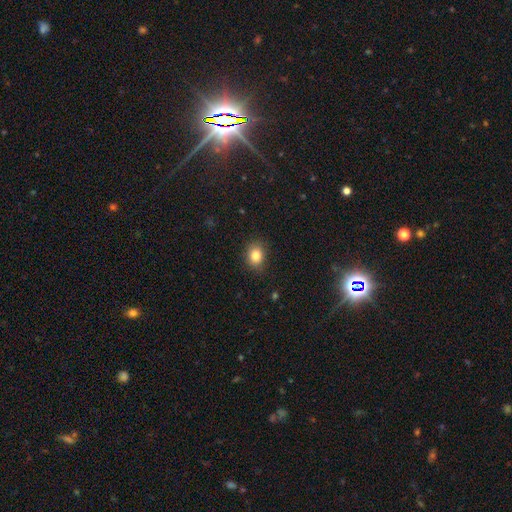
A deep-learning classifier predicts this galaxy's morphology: This appears to be a smooth galaxy with no disk features (84%) that is round (55%). Merging: none (87%).